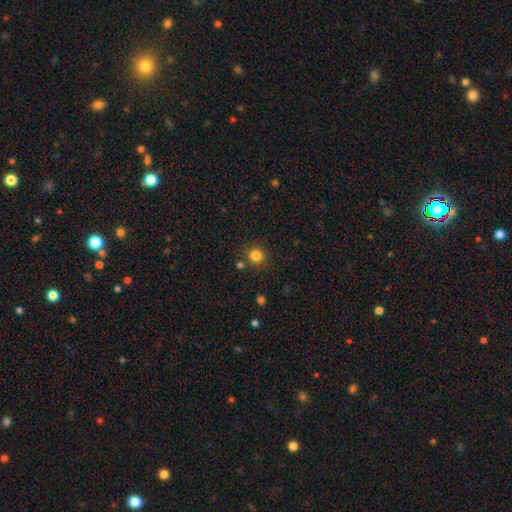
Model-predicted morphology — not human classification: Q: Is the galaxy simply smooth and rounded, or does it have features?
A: smooth — 83%.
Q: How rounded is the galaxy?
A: round — 88%.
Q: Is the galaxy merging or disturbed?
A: none — 83%.